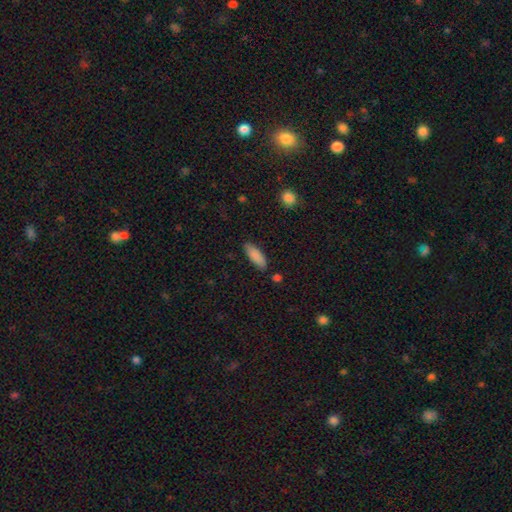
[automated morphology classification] A smooth galaxy with no disk features (87%) that is in between round and cigar-shaped (64%).

Vote fractions:
- Smooth or featured? smooth: 87% / star or artifact: 7% / featured or disk: 6%
- How rounded? in between: 64% / cigar-shaped: 35% / round: 2%
- Merging? none: 82% / minor disturbance: 13% / merger: 3% / major disturbance: 3%